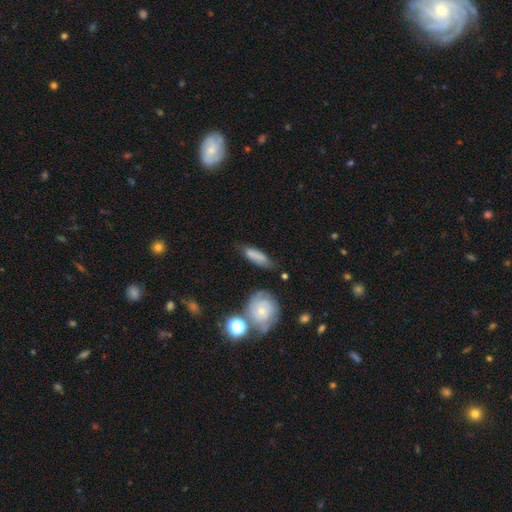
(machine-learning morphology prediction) Smooth or featured? smooth (70%)
How rounded? cigar-shaped (51%)
Merging? none (61%)